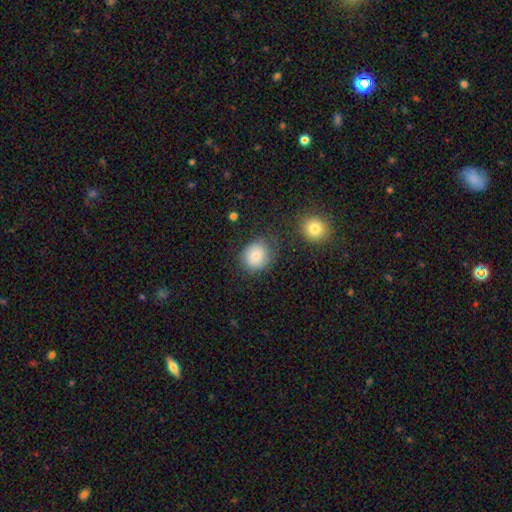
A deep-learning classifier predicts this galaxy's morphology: Q: Smooth or featured?
A: smooth (80%); runner-up: featured or disk (11%)
Q: How rounded?
A: round (81%); runner-up: in between (18%)
Q: Merging?
A: none (73%); runner-up: minor disturbance (17%)